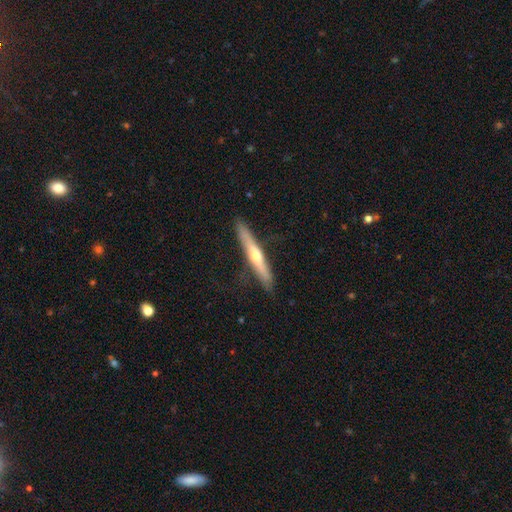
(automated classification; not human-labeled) Morphology: type=featured or disk (58%); edge-on=yes (94%); edge-on bulge=rounded (83%); merging=none (85%).